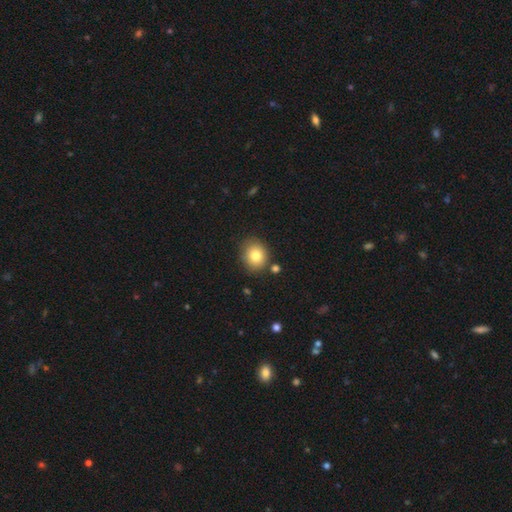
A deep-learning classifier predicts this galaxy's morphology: smooth-or-featured: smooth: 81% | star or artifact: 10% | featured or disk: 9%
  how-rounded: round: 69% | in between: 30% | cigar-shaped: 1%
  merging: none: 80% | minor disturbance: 12% | merger: 5% | major disturbance: 3%